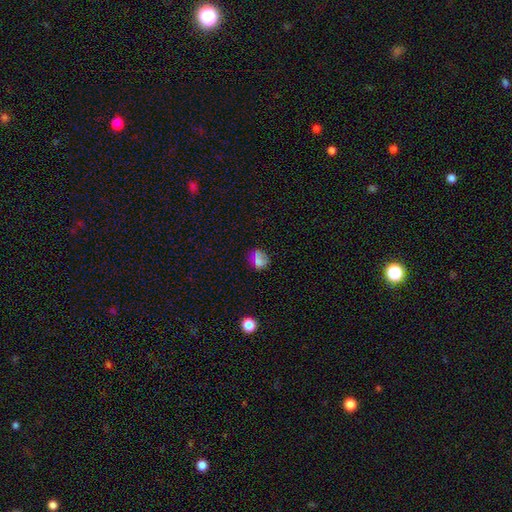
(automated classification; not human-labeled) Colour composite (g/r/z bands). It shows a smooth galaxy with no disk features (52%) that is round (60%). Merging: none (67%).